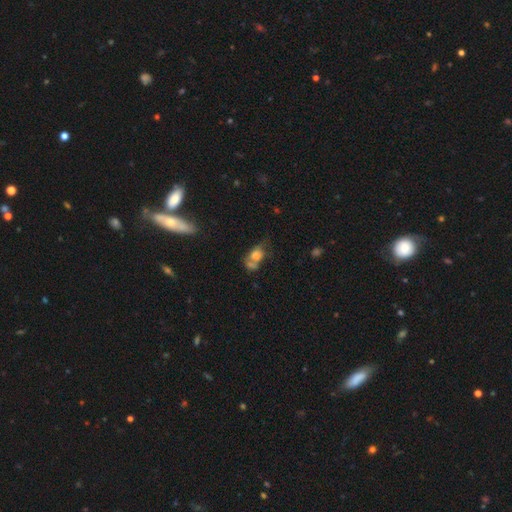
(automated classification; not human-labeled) A smooth galaxy with no disk features (64%) that is in between round and cigar-shaped (63%).

Vote fractions:
- Smooth or featured? smooth: 64% / featured or disk: 23% / star or artifact: 13%
- How rounded? in between: 63% / round: 35% / cigar-shaped: 3%
- Merging? merger: 44% / none: 26% / minor disturbance: 15% / major disturbance: 15%